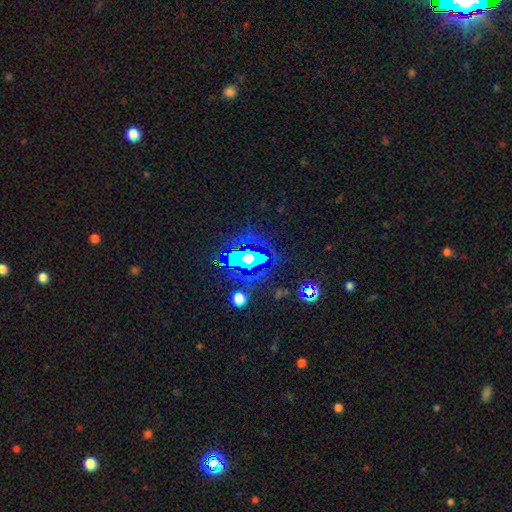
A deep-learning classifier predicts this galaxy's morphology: A star or artifact, not a galaxy (66%).